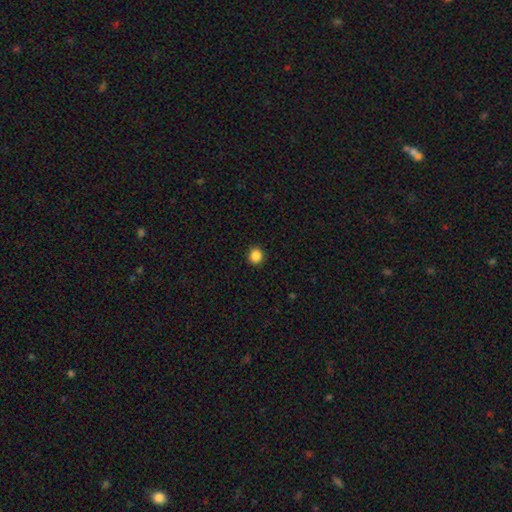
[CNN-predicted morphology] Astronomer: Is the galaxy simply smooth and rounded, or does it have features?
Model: smooth — 86%.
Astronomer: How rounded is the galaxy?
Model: round — 89%.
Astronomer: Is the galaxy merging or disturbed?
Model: none — 93%.